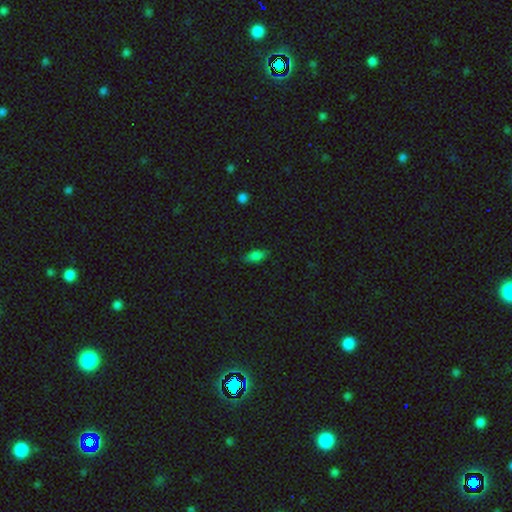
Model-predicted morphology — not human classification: Smooth or featured? smooth (81%)
How rounded? in between (87%)
Merging? none (81%)